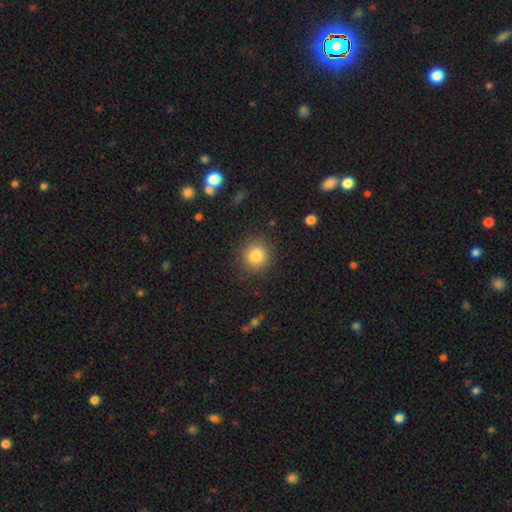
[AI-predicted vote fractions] The model was most divided on "smooth or featured": smooth: 83%, star or artifact: 11%, featured or disk: 7%. More confident: how rounded — round (92%); merging — none (89%).